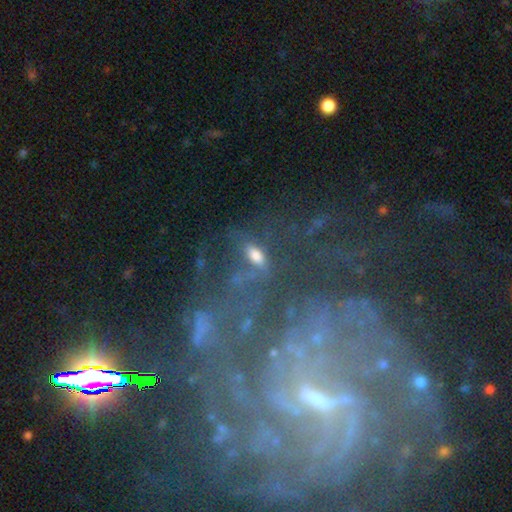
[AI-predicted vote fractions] Smooth or featured?
  - smooth: 39% *
  - featured or disk: 36%
  - star or artifact: 25%
Merging?
  - none: 51% *
  - minor disturbance: 20%
  - major disturbance: 18%
  - merger: 11%